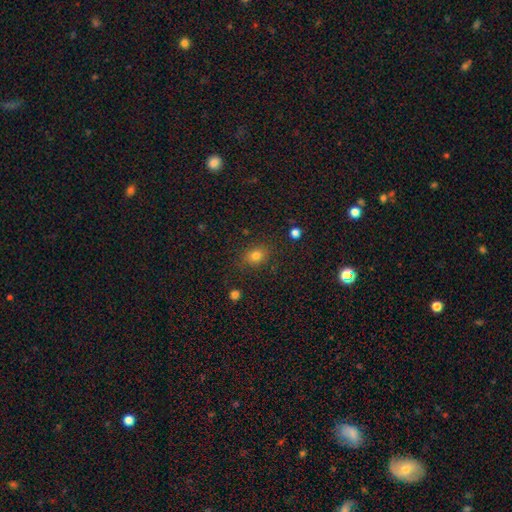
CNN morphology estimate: Overall: smooth (78%). How rounded: in between (52%; round 47%). Merging: none (83%).